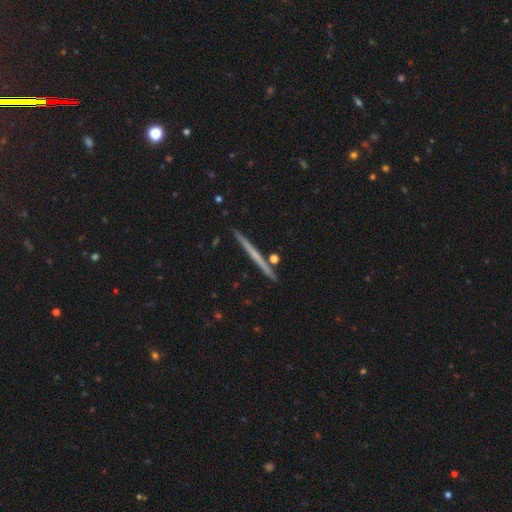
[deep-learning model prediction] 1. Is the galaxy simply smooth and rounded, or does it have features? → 55% featured or disk, 39% smooth, 6% star or artifact.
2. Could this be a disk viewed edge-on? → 98% yes, 2% no.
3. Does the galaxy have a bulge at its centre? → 85% none, 12% rounded, 3% boxy.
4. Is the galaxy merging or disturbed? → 91% none, 6% minor disturbance, 2% merger, 1% major disturbance.